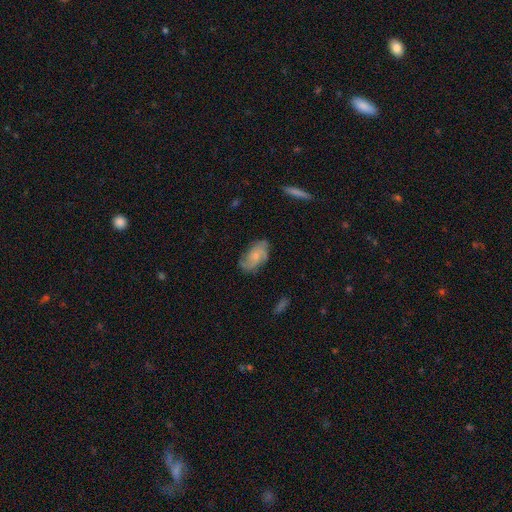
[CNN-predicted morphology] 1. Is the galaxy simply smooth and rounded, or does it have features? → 63% featured or disk, 30% smooth, 7% star or artifact.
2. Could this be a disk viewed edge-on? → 96% no, 4% yes.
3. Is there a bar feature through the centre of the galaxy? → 72% no, 25% weak, 3% strong.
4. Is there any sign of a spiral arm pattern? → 91% yes, 9% no.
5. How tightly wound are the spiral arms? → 45% medium, 34% tight, 22% loose.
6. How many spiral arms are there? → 39% 2, 23% can't tell, 23% 3, 7% 4, 4% 1, 4% more than 4.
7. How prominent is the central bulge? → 56% small, 29% moderate, 11% none, 2% large, 1% dominant.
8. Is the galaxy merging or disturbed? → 73% none, 19% minor disturbance, 6% major disturbance, 1% merger.